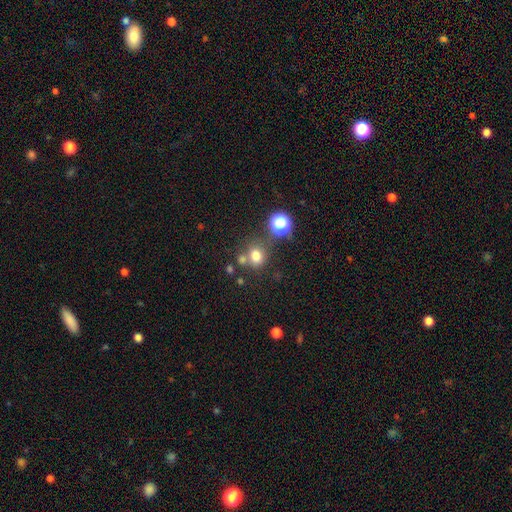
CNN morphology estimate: Q: Smooth or featured?
A: smooth (73%); runner-up: star or artifact (18%)
Q: How rounded?
A: round (75%); runner-up: in between (24%)
Q: Merging?
A: none (62%); runner-up: merger (20%)